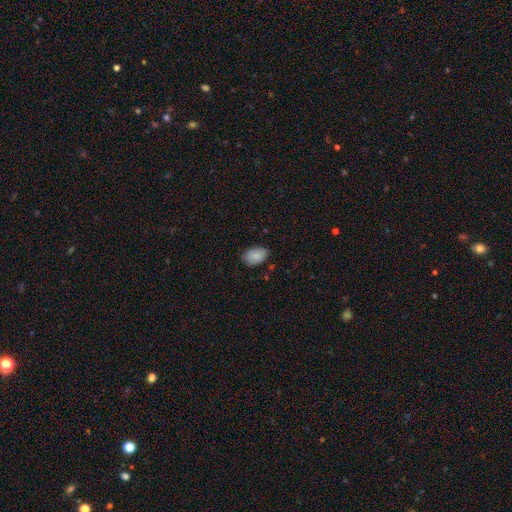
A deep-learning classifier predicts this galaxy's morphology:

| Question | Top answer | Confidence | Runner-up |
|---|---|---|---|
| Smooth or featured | smooth | 85% | featured or disk (8%) |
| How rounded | in between | 89% | round (9%) |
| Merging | none | 79% | minor disturbance (17%) |